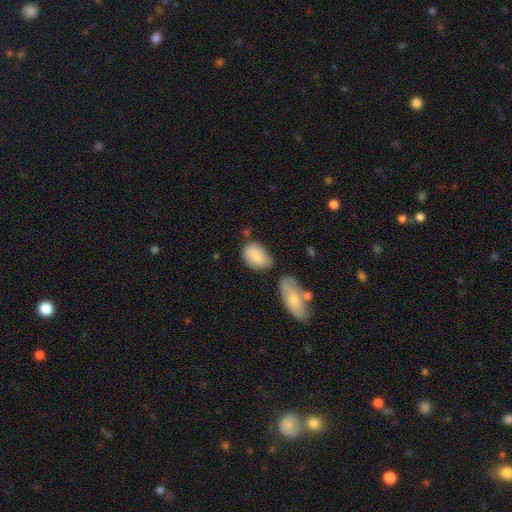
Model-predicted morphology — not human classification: Overall: smooth (78%). How rounded: in between (84%). Merging: none (55%; minor disturbance 25%).